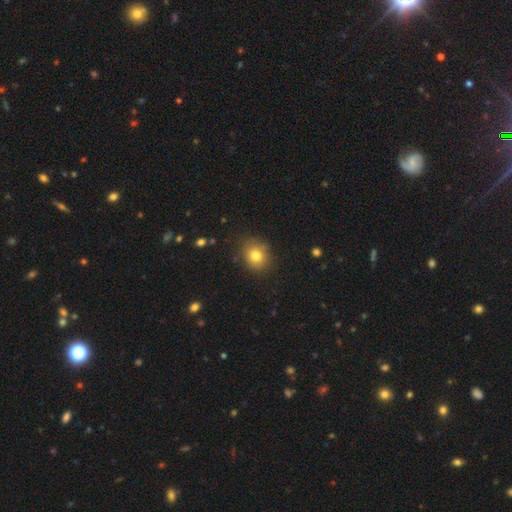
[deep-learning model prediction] Smooth or featured?
  - smooth: 79% *
  - star or artifact: 12%
  - featured or disk: 9%
How rounded?
  - round: 73% *
  - in between: 26%
  - cigar-shaped: 1%
Merging?
  - none: 83% *
  - minor disturbance: 12%
  - major disturbance: 3%
  - merger: 1%